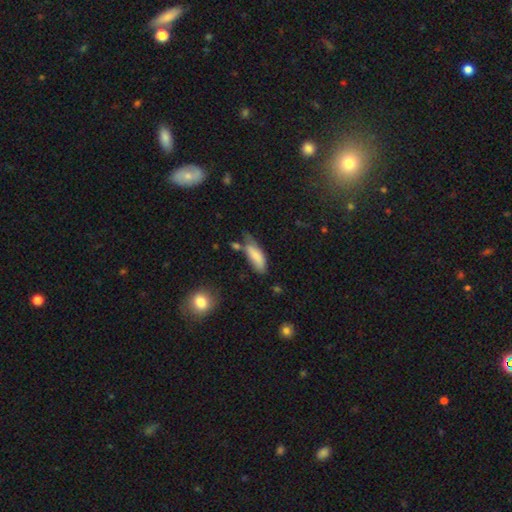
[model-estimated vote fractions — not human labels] smooth-or-featured: smooth: 80% | featured or disk: 13% | star or artifact: 7%
  how-rounded: in between: 67% | cigar-shaped: 32% | round: 2%
  merging: none: 41% | minor disturbance: 36% | major disturbance: 13% | merger: 10%